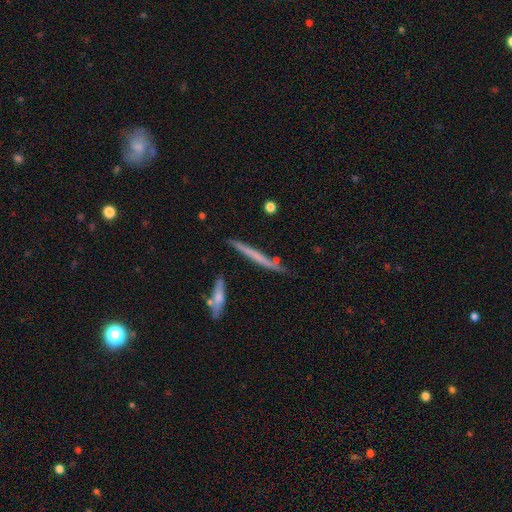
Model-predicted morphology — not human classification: Smooth or featured: smooth — 49% (featured or disk — 45%)
Merging: none — 81% (minor disturbance — 13%)